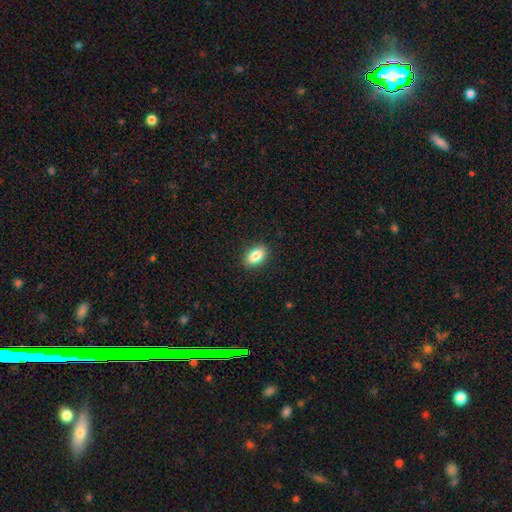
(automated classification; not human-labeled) Smooth or featured? Predicted: smooth (p=0.85). How rounded? Predicted: in between (p=0.87). Merging? Predicted: none (p=0.89).